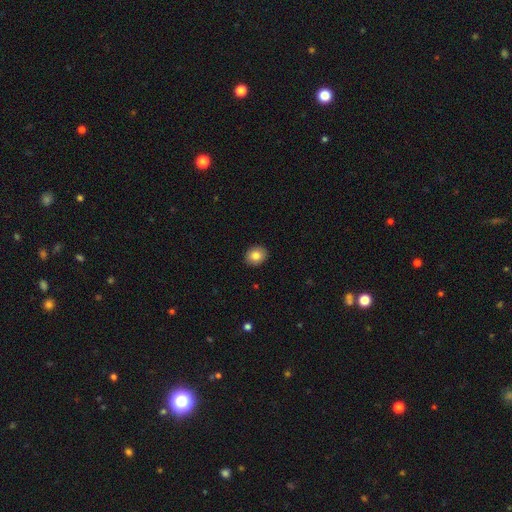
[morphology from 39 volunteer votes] type=smooth (82%); roundness=round (72%); merging=none (89%).